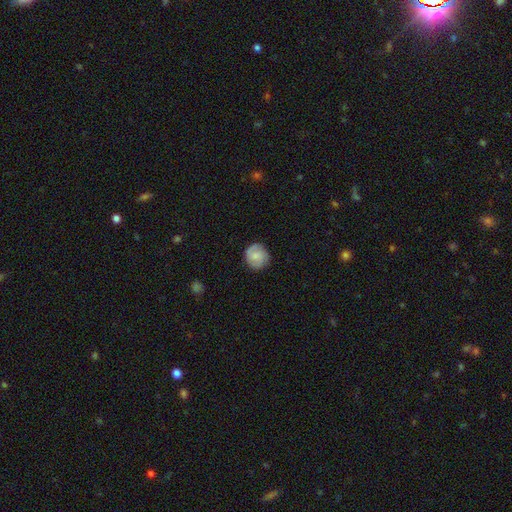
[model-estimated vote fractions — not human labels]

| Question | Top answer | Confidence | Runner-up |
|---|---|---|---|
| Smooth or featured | smooth | 61% | featured or disk (32%) |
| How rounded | round | 87% | in between (12%) |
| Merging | none | 81% | minor disturbance (14%) |